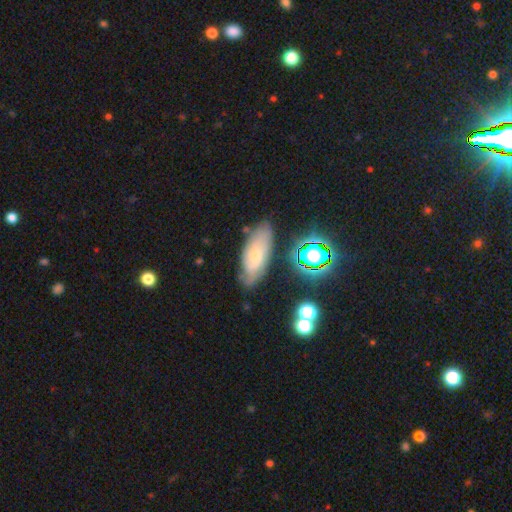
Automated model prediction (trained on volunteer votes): This is possibly a smooth galaxy (45%). Merging: likely none (69%).